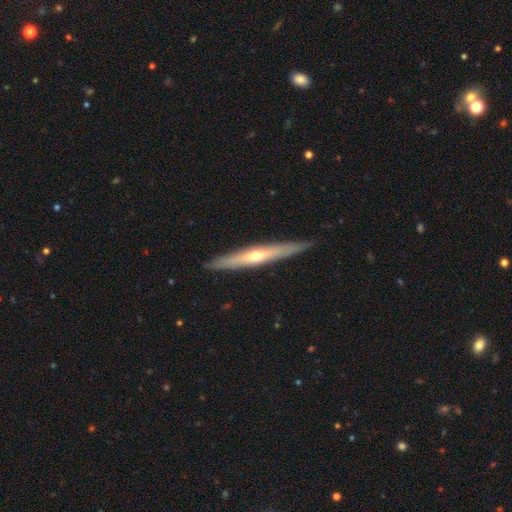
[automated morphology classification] A featured or disk galaxy (64%) viewed edge-on (94%) with a rounded central bulge (79%). Merging: none (89%).